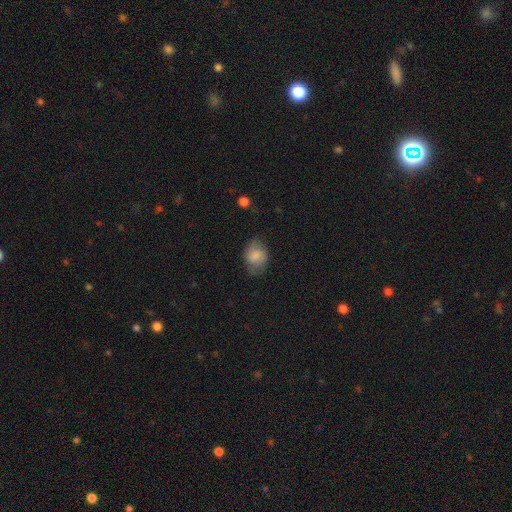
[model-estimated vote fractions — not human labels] This appears to be a smooth galaxy with no disk features (70%) that is in between round and cigar-shaped (67%). Merging: none (67%).